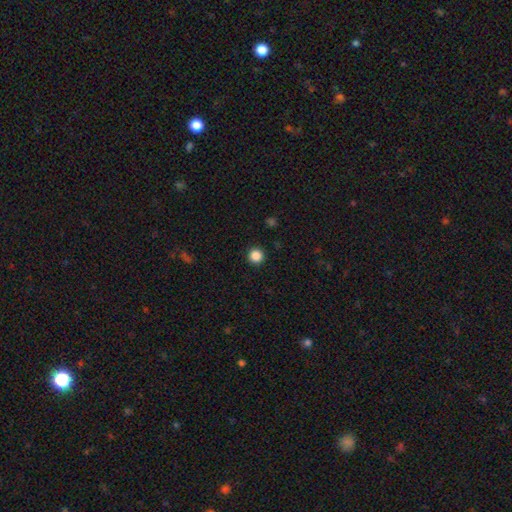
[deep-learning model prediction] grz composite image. It shows a smooth galaxy with no disk features (87%) that is round (96%). Merging: none (93%).